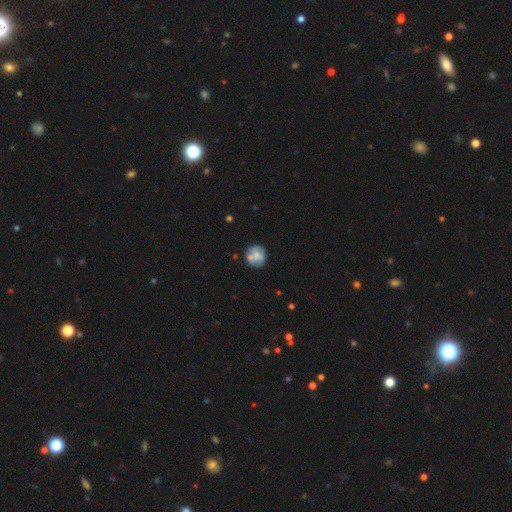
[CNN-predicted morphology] Smooth or featured? smooth (47%)
Merging? none (58%)